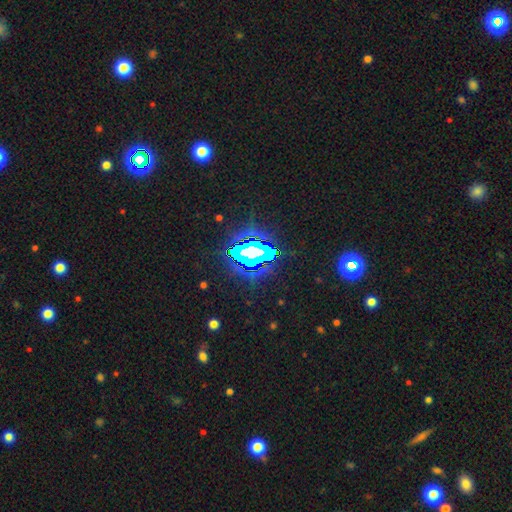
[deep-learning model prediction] This is likely a star or artifact rather than a galaxy (68%).